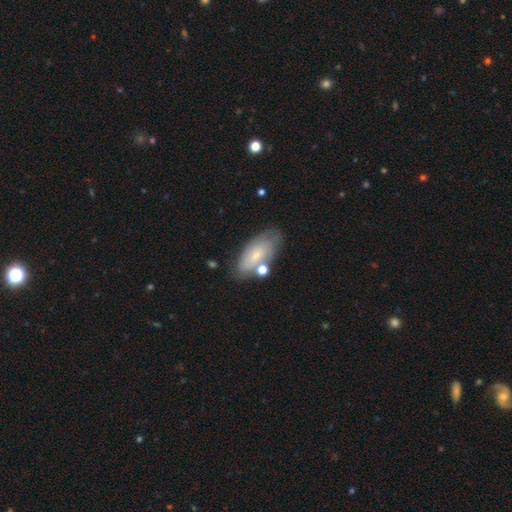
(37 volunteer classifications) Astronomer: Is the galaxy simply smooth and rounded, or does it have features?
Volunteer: featured or disk — 54% (runner-up: smooth, 41%).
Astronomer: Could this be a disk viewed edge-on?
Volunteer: no — 95%.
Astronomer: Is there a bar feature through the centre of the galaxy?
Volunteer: no — 74%.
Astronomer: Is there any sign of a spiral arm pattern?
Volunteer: no — 58% (runner-up: yes, 42%).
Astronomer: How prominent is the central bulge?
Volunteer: small — 63%.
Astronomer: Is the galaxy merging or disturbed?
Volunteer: none — 69%.